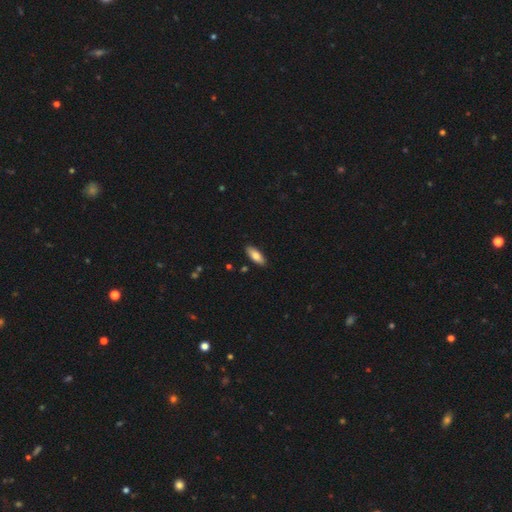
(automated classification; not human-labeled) smooth 78%, featured or disk 16%, star or artifact 6%. Down the decision tree: how rounded — in between (77%); merging — none (88%).